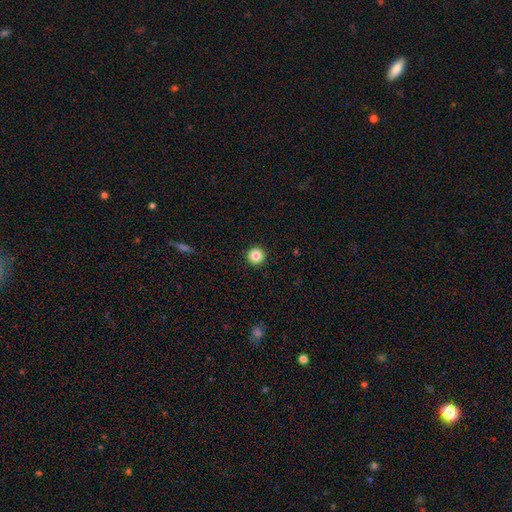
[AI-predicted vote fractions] This is clearly a smooth galaxy (85%). How rounded: clearly round (96%). Merging: clearly none (93%).